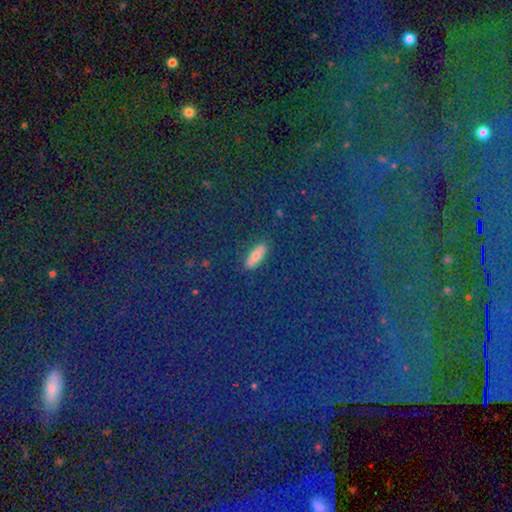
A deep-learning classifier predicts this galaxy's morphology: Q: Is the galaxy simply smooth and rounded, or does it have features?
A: smooth — 55%.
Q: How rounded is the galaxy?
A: in between — 67%.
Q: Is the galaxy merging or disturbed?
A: none — 88%.